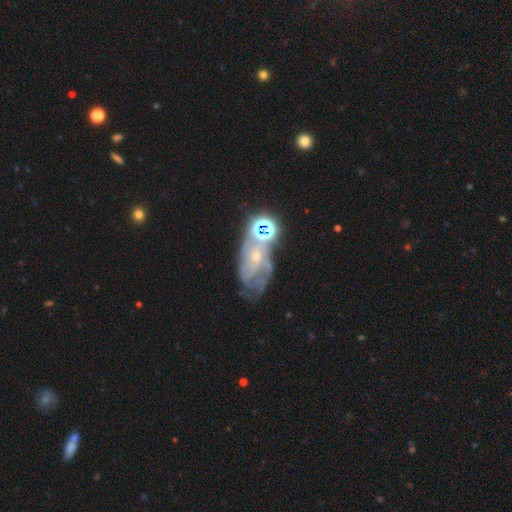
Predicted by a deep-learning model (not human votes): smooth_or_featured: featured or disk (p=0.66) [alt: star or artifact p=0.19]
disk_edge_on: no (p=0.95) [alt: yes p=0.05]
bar: no (p=0.68) [alt: weak p=0.25]
has_spiral_arms: yes (p=0.76) [alt: no p=0.24]
bulge_size: small (p=0.70) [alt: moderate p=0.20]
merging: none (p=0.41) [alt: major disturbance p=0.23]